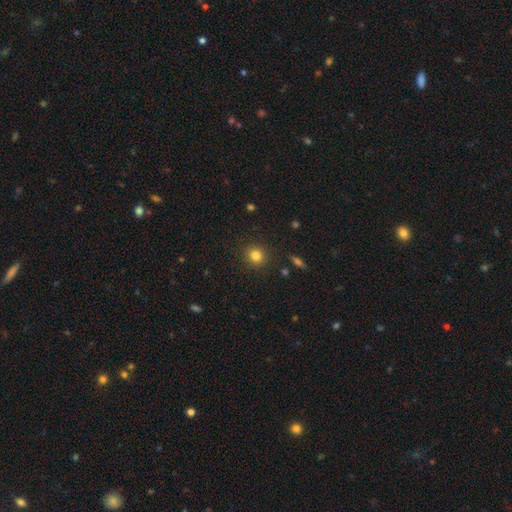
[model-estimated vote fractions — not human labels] Smooth or featured: smooth — 82% (star or artifact — 12%)
How rounded: round — 89% (in between — 10%)
Merging: none — 90% (minor disturbance — 7%)